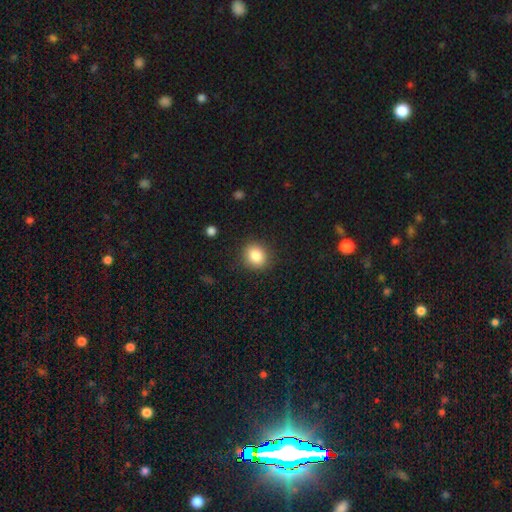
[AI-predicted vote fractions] Q: Smooth or featured?
A: smooth (85%); runner-up: star or artifact (9%)
Q: How rounded?
A: round (68%); runner-up: in between (31%)
Q: Merging?
A: none (88%); runner-up: minor disturbance (8%)